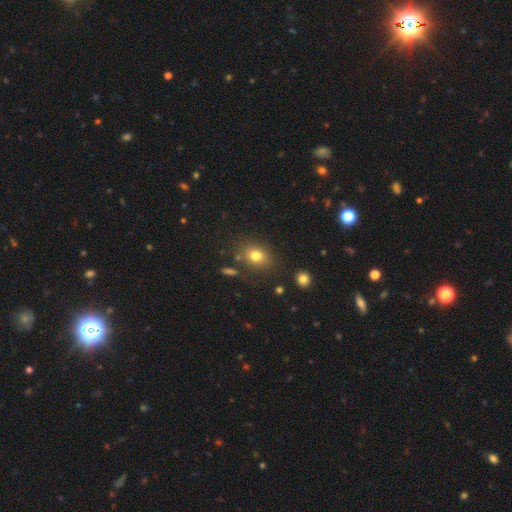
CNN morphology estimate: Q: Smooth or featured?
A: smooth (78%); runner-up: star or artifact (12%)
Q: How rounded?
A: in between (52%); runner-up: round (47%)
Q: Merging?
A: none (79%); runner-up: minor disturbance (12%)